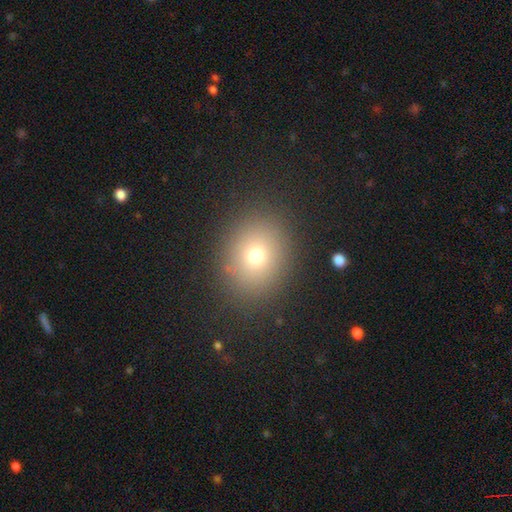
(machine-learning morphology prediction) This is likely a smooth galaxy (72%). How rounded: likely round (62%). Merging: clearly none (87%).